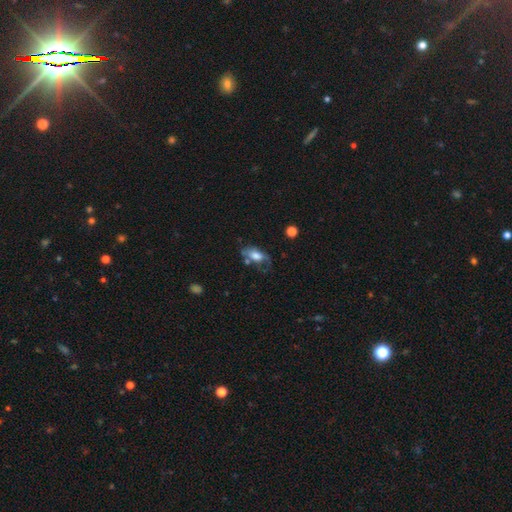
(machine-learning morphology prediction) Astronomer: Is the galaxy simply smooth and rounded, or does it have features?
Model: smooth — 55% (runner-up: featured or disk, 37%).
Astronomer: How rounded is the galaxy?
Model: in between — 87%.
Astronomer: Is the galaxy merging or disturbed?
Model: none — 36% (runner-up: major disturbance, 29%).